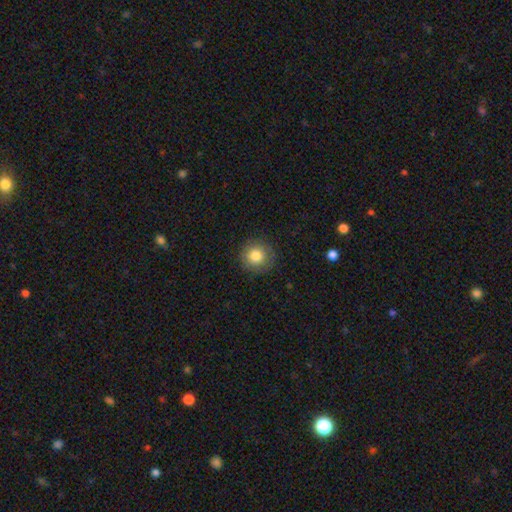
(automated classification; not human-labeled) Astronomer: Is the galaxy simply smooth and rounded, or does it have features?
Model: smooth — 82%.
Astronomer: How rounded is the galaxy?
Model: round — 95%.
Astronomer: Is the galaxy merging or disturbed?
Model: none — 88%.